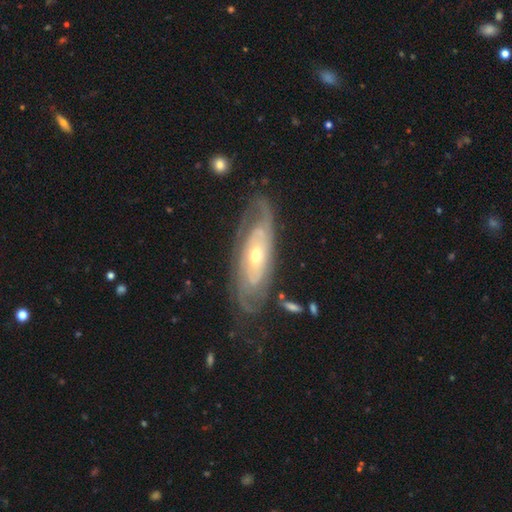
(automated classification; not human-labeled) Smooth or featured? Predicted: featured or disk (p=0.82). Edge-on disk? Predicted: no (p=0.88). Bar? Predicted: no (p=0.76). Spiral arms? Predicted: yes (p=0.84). Spiral winding? Predicted: tight (p=0.65). Spiral arm count? Predicted: can't tell (p=0.43). Bulge size? Predicted: small (p=0.48). Merging? Predicted: none (p=0.69).